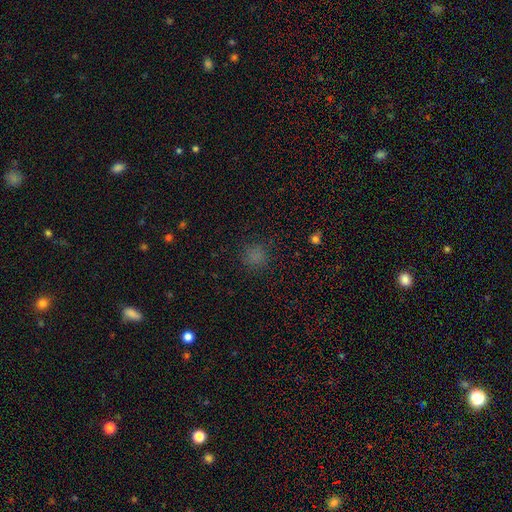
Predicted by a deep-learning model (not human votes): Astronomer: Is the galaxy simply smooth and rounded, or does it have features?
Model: smooth — 74%.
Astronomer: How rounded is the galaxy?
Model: round — 88%.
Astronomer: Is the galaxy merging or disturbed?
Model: none — 83%.